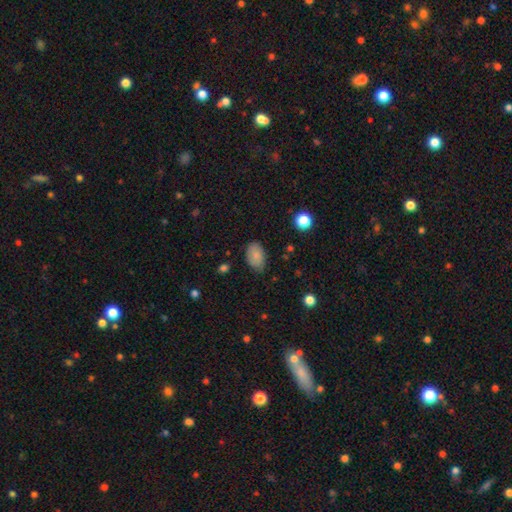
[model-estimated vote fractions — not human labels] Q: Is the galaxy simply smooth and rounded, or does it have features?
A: smooth — 81%.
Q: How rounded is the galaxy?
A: in between — 88%.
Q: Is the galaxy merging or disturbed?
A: none — 73%.